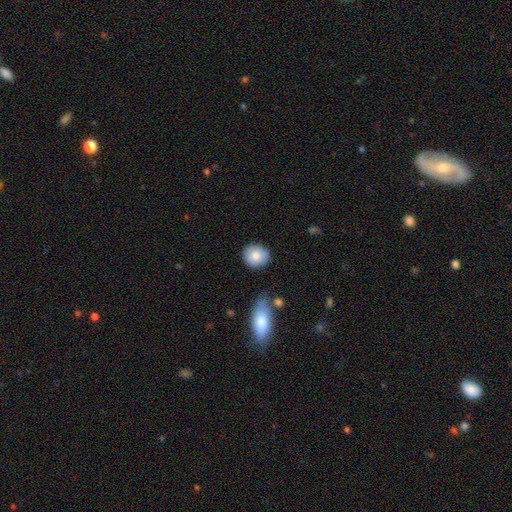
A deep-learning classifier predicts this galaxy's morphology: type=smooth (84%); roundness=round (84%); merging=none (83%).